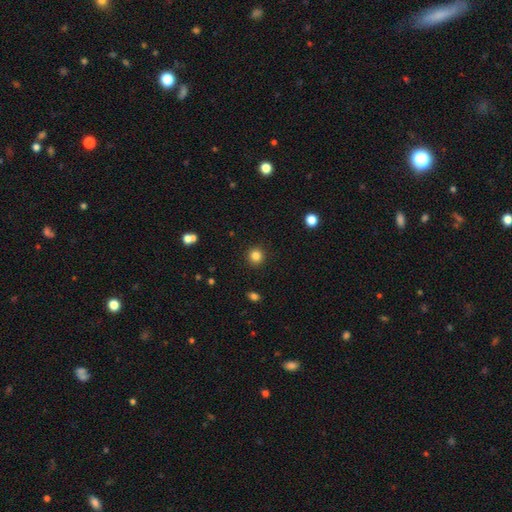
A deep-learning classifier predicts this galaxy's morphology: smooth-or-featured: smooth: 84% | star or artifact: 12% | featured or disk: 4%
  how-rounded: round: 93% | in between: 6% | cigar-shaped: 1%
  merging: none: 92% | minor disturbance: 5% | major disturbance: 2% | merger: 1%